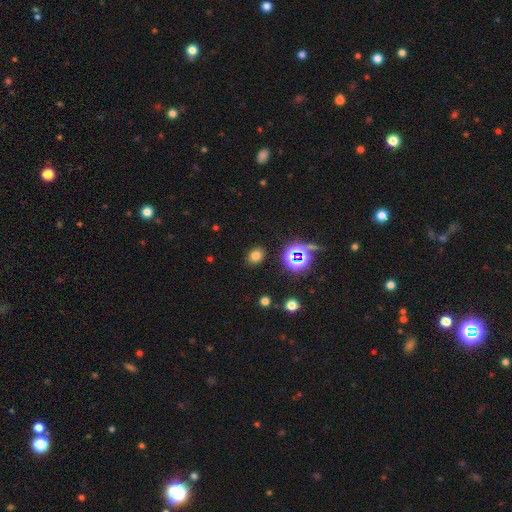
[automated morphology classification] Smooth or featured?
  - smooth: 71% *
  - star or artifact: 22%
  - featured or disk: 7%
How rounded?
  - in between: 52% *
  - round: 47%
  - cigar-shaped: 1%
Merging?
  - none: 87% *
  - minor disturbance: 8%
  - major disturbance: 3%
  - merger: 2%